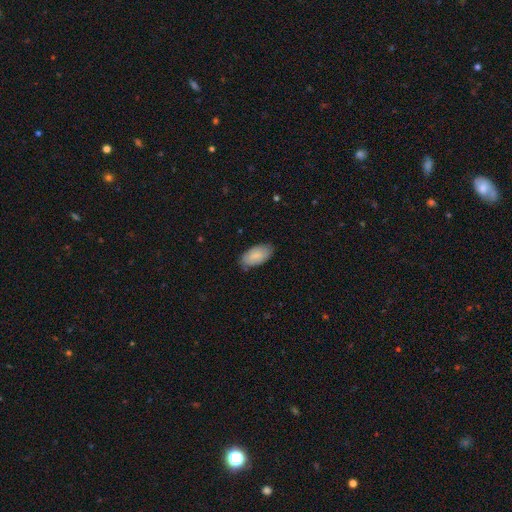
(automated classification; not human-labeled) smooth 80%, featured or disk 14%, star or artifact 6%. Down the decision tree: how rounded — in between (95%); merging — none (79%).